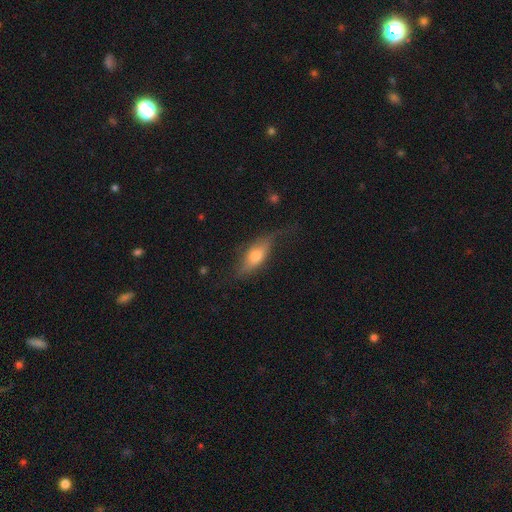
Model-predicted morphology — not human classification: Smooth or featured?
  - smooth: 49% *
  - featured or disk: 43%
  - star or artifact: 8%
Merging?
  - none: 55% *
  - minor disturbance: 28%
  - major disturbance: 16%
  - merger: 2%